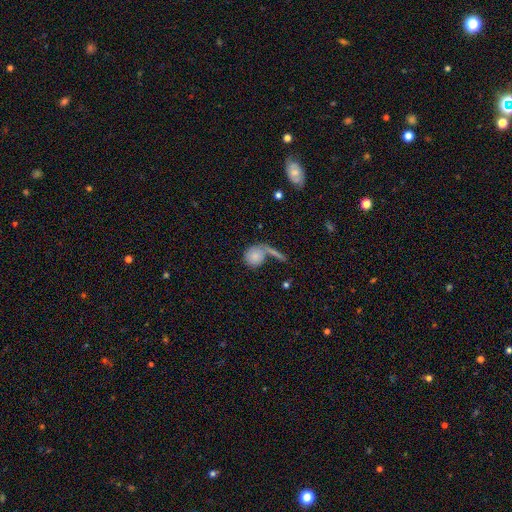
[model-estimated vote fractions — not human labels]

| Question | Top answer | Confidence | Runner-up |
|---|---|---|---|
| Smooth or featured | smooth | 74% | featured or disk (18%) |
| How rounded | round | 76% | in between (21%) |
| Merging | none | 41% | merger (31%) |